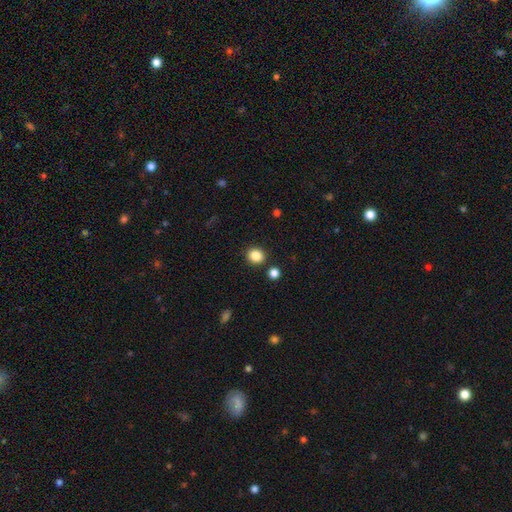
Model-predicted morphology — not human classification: The model was most divided on "how rounded": round: 78%, in between: 21%, cigar-shaped: 1%. More confident: merging — none (86%); smooth or featured — smooth (86%).